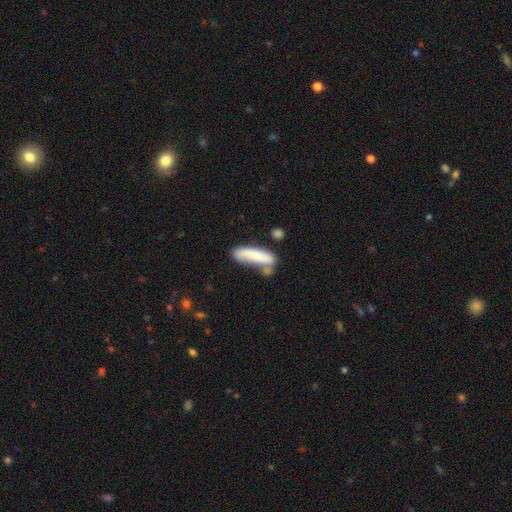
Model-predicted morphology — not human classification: Smooth or featured? smooth (75%)
How rounded? cigar-shaped (71%)
Merging? none (46%)